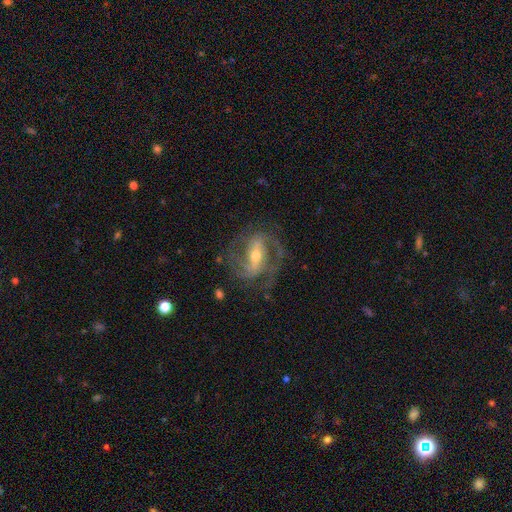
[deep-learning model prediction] Smooth or featured: featured or disk — 89% (smooth — 6%)
Edge-on disk: no — 96% (yes — 4%)
Bar: strong — 51% (weak — 35%)
Spiral arms: yes — 96% (no — 4%)
Spiral winding: medium — 53% (tight — 30%)
Spiral arm count: 2 — 64% (3 — 18%)
Bulge size: moderate — 55% (small — 39%)
Merging: none — 69% (minor disturbance — 17%)